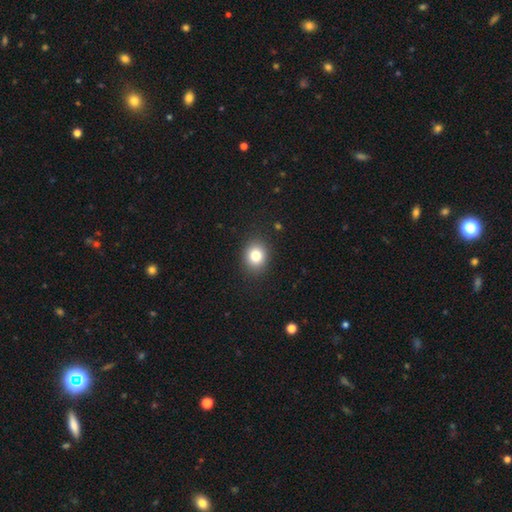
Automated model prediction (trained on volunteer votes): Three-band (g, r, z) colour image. It shows a smooth galaxy with no disk features (82%) that is round (63%). Merging: none (89%).